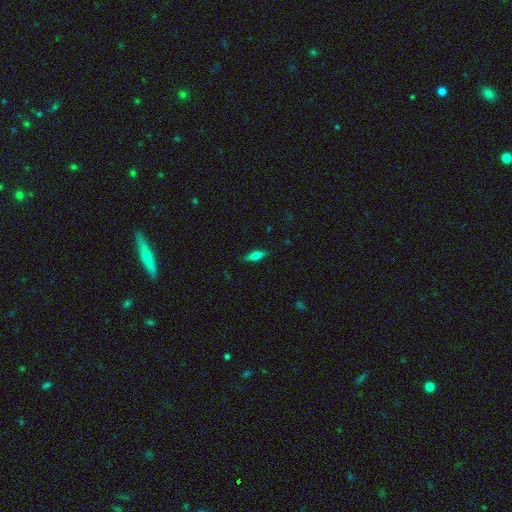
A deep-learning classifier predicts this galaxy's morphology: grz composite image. It shows a smooth galaxy with no disk features (61%) that is in between round and cigar-shaped (56%). Merging: none (85%).